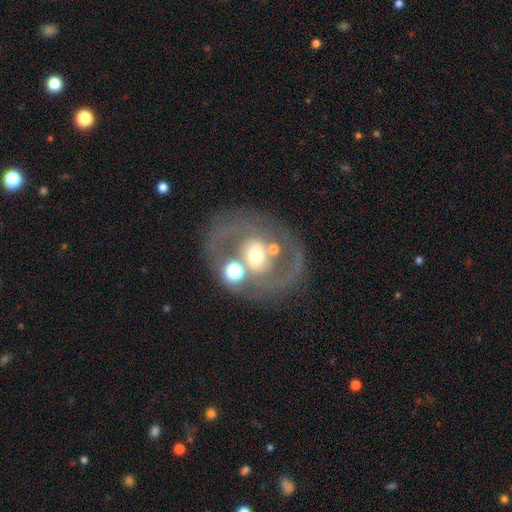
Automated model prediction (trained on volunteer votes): Smooth or featured? Predicted: featured or disk (p=0.75). Edge-on disk? Predicted: no (p=0.97). Bar? Predicted: no (p=0.49). Spiral arms? Predicted: yes (p=0.75). Spiral winding? Predicted: medium (p=0.51). Spiral arm count? Predicted: 2 (p=0.83). Bulge size? Predicted: moderate (p=0.58). Merging? Predicted: none (p=0.62).